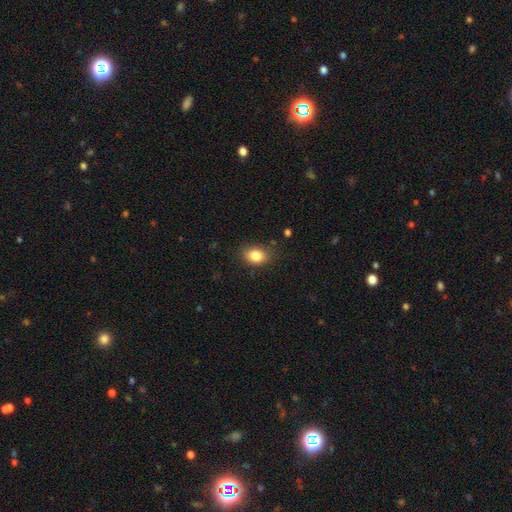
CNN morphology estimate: Smooth or featured?
  - smooth: 85% *
  - star or artifact: 9%
  - featured or disk: 6%
How rounded?
  - in between: 69% *
  - round: 30%
  - cigar-shaped: 1%
Merging?
  - none: 81% *
  - minor disturbance: 14%
  - major disturbance: 4%
  - merger: 1%